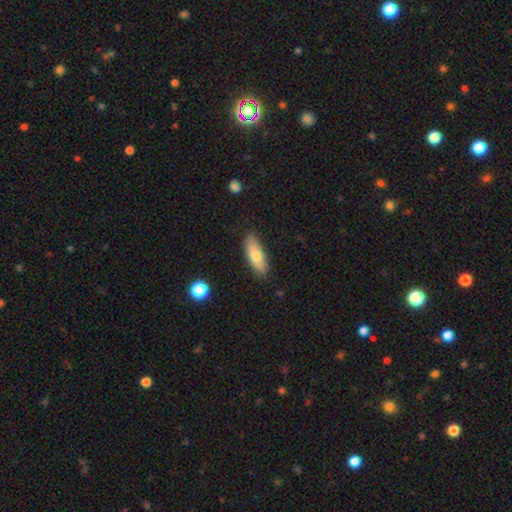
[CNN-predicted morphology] Overall: smooth (74%). How rounded: in between (63%; cigar-shaped 34%). Merging: none (85%).